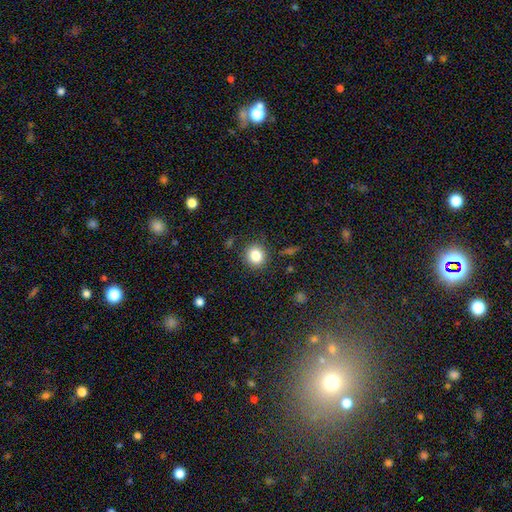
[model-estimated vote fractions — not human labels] Overall: smooth (84%). How rounded: round (83%). Merging: none (86%).